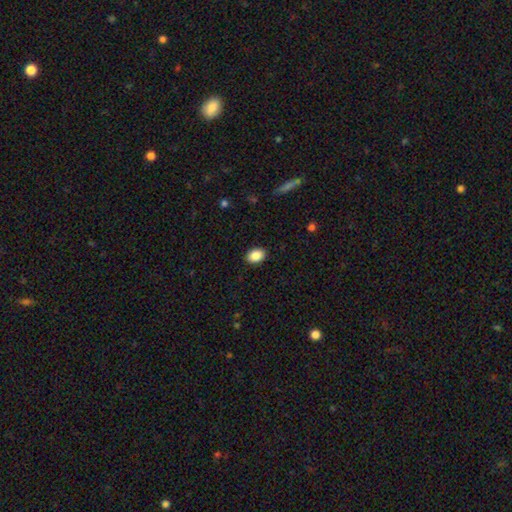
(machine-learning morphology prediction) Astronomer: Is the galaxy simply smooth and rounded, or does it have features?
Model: smooth — 89%.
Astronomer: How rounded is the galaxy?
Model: in between — 82%.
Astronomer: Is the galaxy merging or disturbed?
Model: none — 90%.